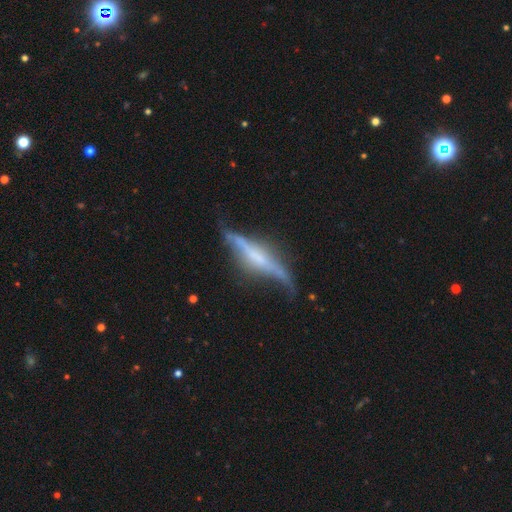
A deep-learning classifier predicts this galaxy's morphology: featured or disk 77%, smooth 16%, star or artifact 7%. Down the decision tree: edge-on disk — yes (88%); edge-on bulge — rounded (47%); merging — none (57%).